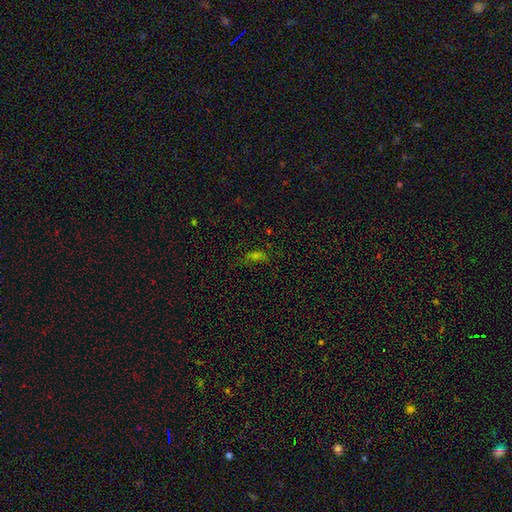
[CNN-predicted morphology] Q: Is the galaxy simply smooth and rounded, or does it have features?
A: smooth — 41%.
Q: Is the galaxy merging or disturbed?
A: none — 53%.